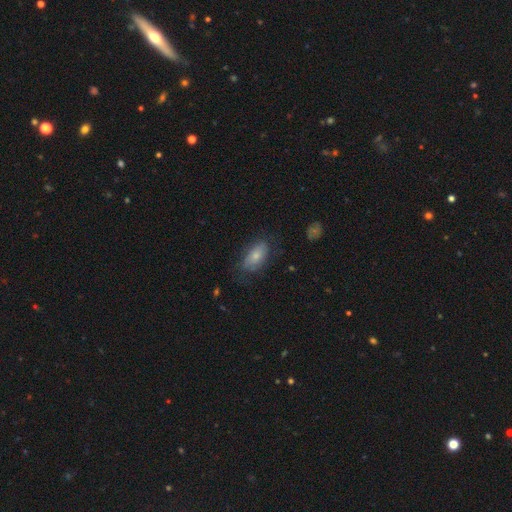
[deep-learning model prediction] smooth_or_featured: smooth (p=0.72) [alt: featured or disk p=0.21]
how_rounded: in between (p=0.90) [alt: cigar-shaped p=0.05]
merging: none (p=0.67) [alt: minor disturbance p=0.23]